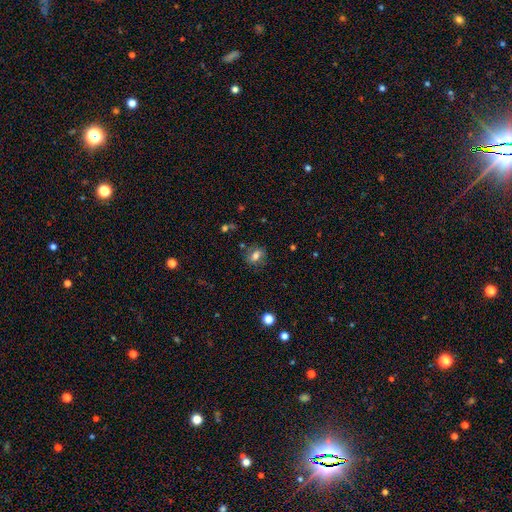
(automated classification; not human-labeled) smooth-or-featured: smooth: 71% | featured or disk: 17% | star or artifact: 12%
  how-rounded: in between: 57% | round: 40% | cigar-shaped: 3%
  merging: none: 78% | minor disturbance: 15% | major disturbance: 5% | merger: 3%